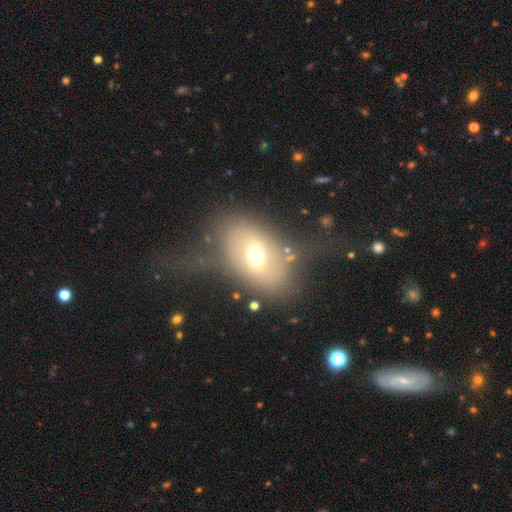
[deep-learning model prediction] A smooth galaxy with no disk features (47%).

Vote fractions:
- Smooth or featured? smooth: 47% / featured or disk: 42% / star or artifact: 10%
- Merging? none: 50% / major disturbance: 25% / minor disturbance: 20% / merger: 5%